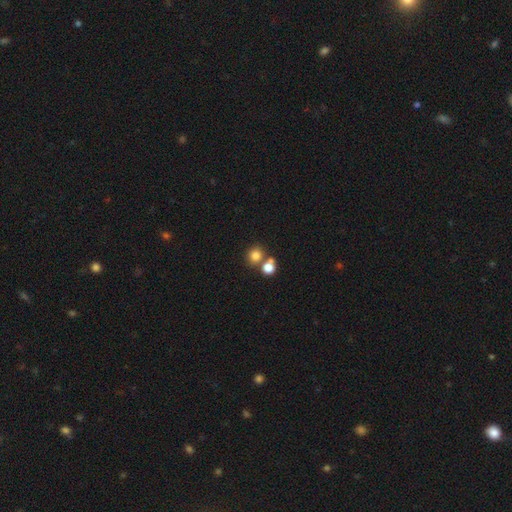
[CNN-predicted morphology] Smooth or featured: smooth — 79% (star or artifact — 14%)
How rounded: round — 84% (in between — 15%)
Merging: none — 60% (merger — 29%)